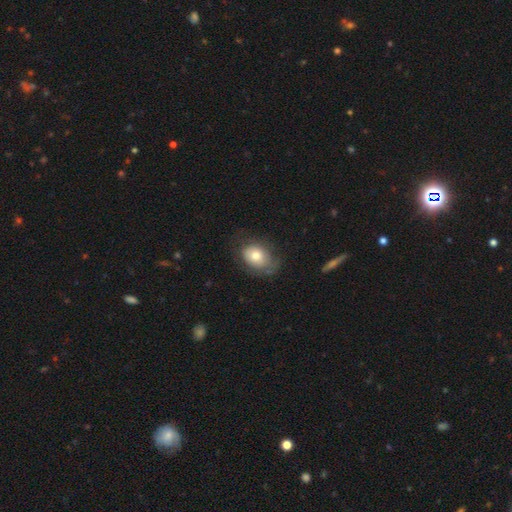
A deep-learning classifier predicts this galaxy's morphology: Smooth or featured? Predicted: smooth (p=0.71). How rounded? Predicted: in between (p=0.66). Merging? Predicted: none (p=0.58).